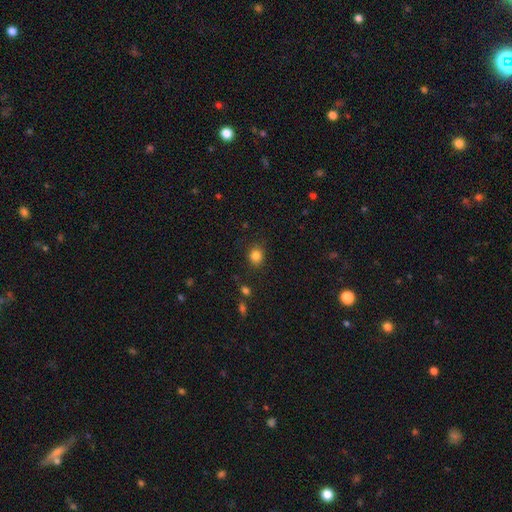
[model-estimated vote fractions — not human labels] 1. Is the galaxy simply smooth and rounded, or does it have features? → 84% smooth, 11% star or artifact, 4% featured or disk.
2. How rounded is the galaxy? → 79% round, 20% in between, 1% cigar-shaped.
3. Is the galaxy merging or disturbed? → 84% none, 10% minor disturbance, 3% major disturbance, 2% merger.